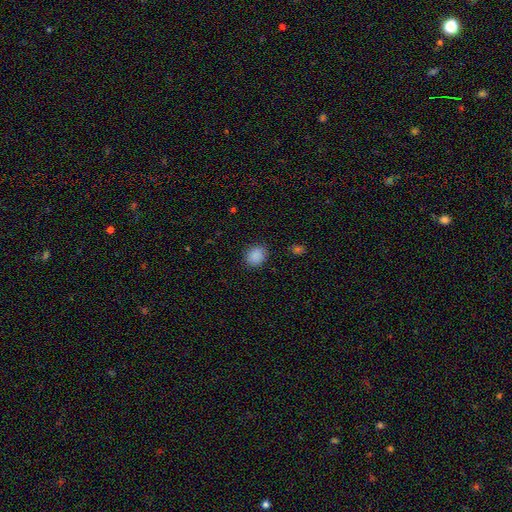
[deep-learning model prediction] smooth 88%, star or artifact 9%, featured or disk 3%. Down the decision tree: how rounded — round (59%); merging — none (85%).